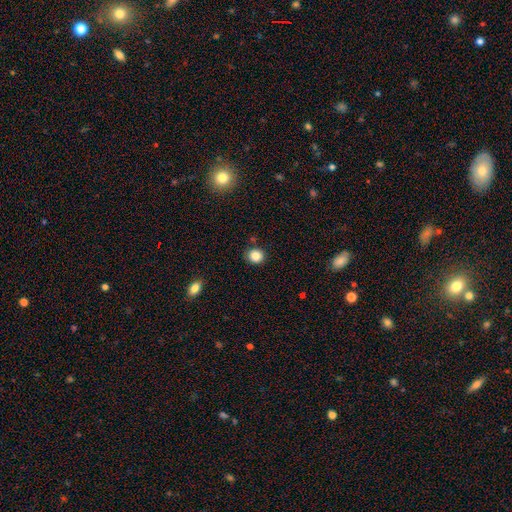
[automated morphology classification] A smooth galaxy with no disk features (85%) that is round (80%).

Vote fractions:
- Smooth or featured? smooth: 85% / star or artifact: 10% / featured or disk: 5%
- How rounded? round: 80% / in between: 19% / cigar-shaped: 1%
- Merging? none: 84% / minor disturbance: 10% / merger: 3% / major disturbance: 2%